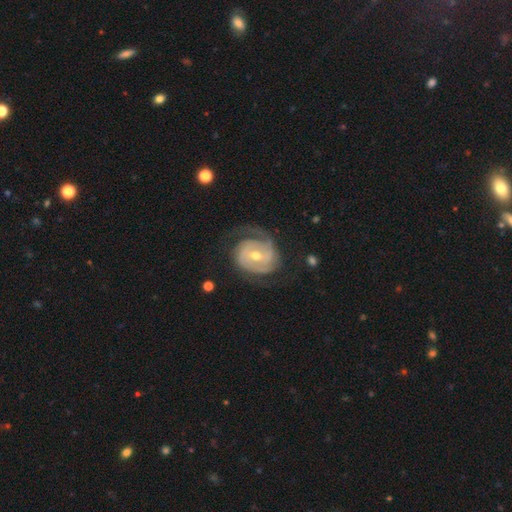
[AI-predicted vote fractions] A featured or disk galaxy (86%) with no bar (42%), 2 (59%) tight (56%) spiral arms (94%) and a moderate central bulge (60%). Merging: none (66%).